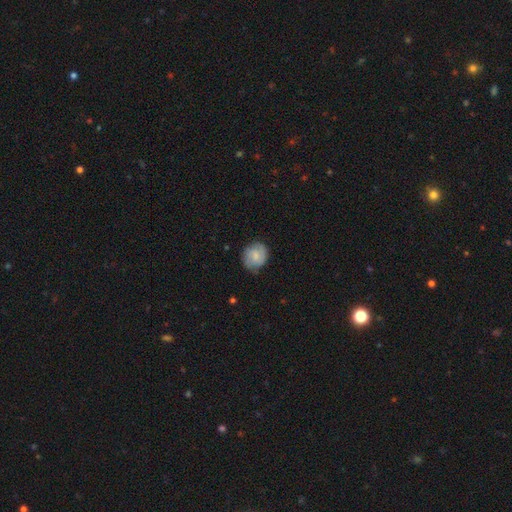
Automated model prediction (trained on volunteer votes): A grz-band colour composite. It shows a smooth galaxy with no disk features (51%) that is round (75%). Merging: none (76%).